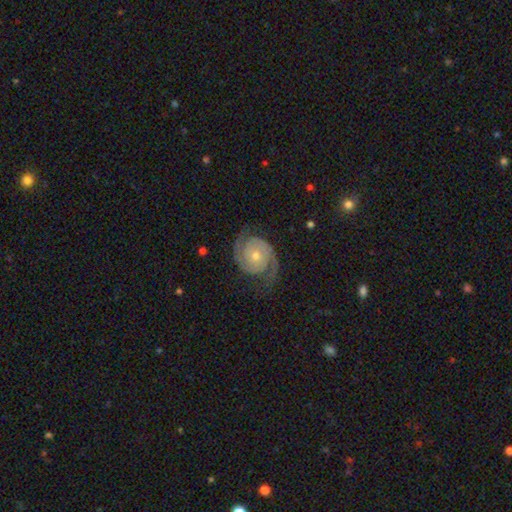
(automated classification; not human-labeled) This is clearly a featured or disk galaxy (91%). It is clearly not viewed edge-on (98%). Bar: likely no (79%). Spiral arm pattern: clearly yes (98%). Spiral arm count: clearly 2 (93%). Spiral winding: possibly tight (54%). Central bulge: possibly small (53%). Merging: clearly none (80%).